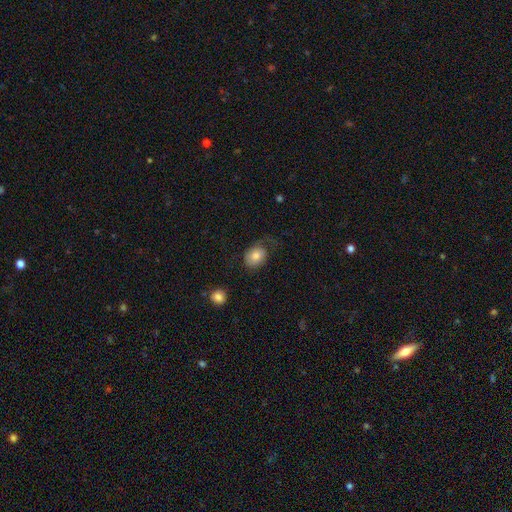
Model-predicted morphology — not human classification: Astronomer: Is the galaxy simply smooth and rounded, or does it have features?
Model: smooth — 76%.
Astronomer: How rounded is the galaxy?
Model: in between — 61% (runner-up: round, 38%).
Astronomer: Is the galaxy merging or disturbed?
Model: none — 48% (runner-up: minor disturbance, 26%).